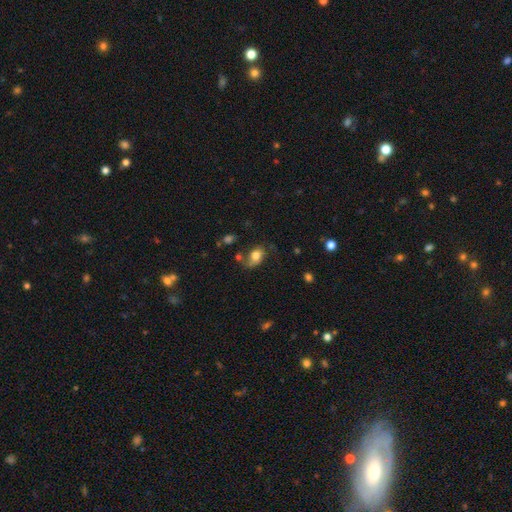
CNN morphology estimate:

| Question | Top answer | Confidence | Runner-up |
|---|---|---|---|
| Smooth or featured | smooth | 69% | featured or disk (21%) |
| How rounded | in between | 75% | round (23%) |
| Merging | none | 50% | minor disturbance (28%) |